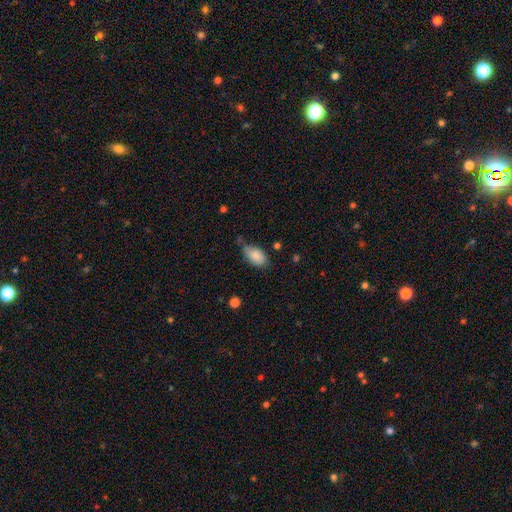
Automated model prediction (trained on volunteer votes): A smooth galaxy with no disk features (87%) that is in between round and cigar-shaped (92%).

Vote fractions:
- Smooth or featured? smooth: 87% / star or artifact: 7% / featured or disk: 6%
- How rounded? in between: 92% / round: 5% / cigar-shaped: 2%
- Merging? none: 59% / minor disturbance: 29% / major disturbance: 7% / merger: 5%